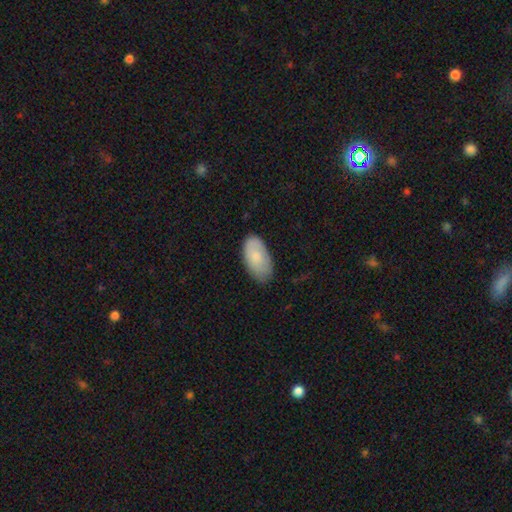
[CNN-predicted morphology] Smooth or featured: smooth — 76% (featured or disk — 18%)
How rounded: in between — 95% (round — 3%)
Merging: none — 73% (minor disturbance — 22%)